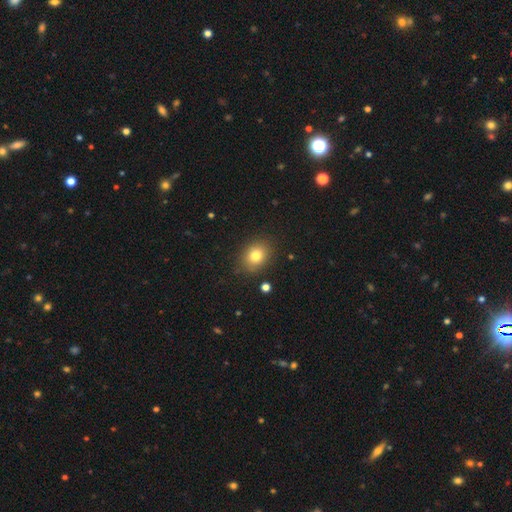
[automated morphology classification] Smooth or featured? Predicted: smooth (p=0.80). How rounded? Predicted: in between (p=0.52). Merging? Predicted: none (p=0.85).